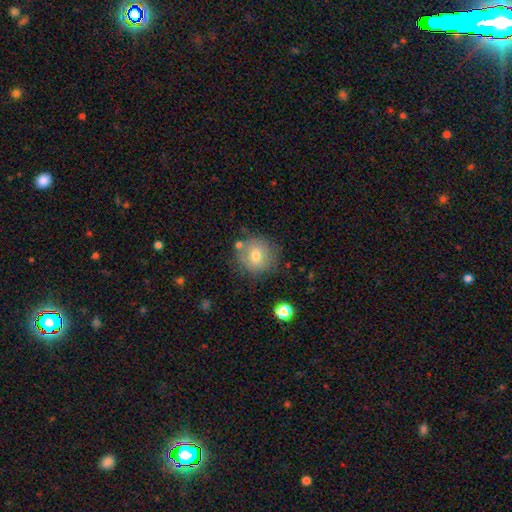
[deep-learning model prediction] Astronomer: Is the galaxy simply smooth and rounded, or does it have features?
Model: smooth — 71%.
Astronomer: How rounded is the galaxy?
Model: round — 89%.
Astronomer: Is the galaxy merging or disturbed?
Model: none — 72%.